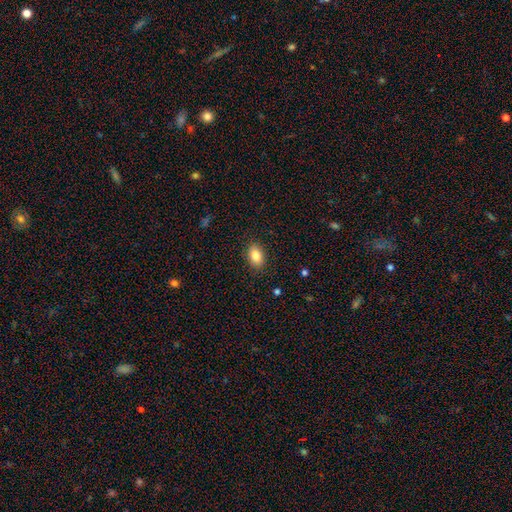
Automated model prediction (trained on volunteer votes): A smooth galaxy with no disk features (84%) that is in between round and cigar-shaped (85%).

Vote fractions:
- Smooth or featured? smooth: 84% / star or artifact: 8% / featured or disk: 8%
- How rounded? in between: 85% / round: 13% / cigar-shaped: 1%
- Merging? none: 88% / minor disturbance: 9% / major disturbance: 2% / merger: 1%